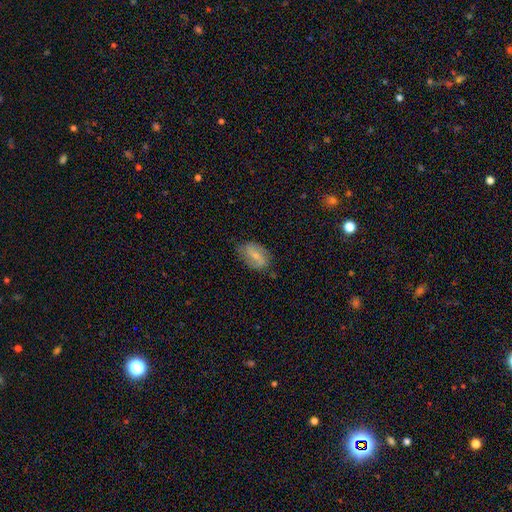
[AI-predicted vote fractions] Morphology: type=featured or disk (55%); edge-on=no (95%); bar=weak (45%); spiral arms=yes (80%); bulge=small (60%); merging=none (72%).